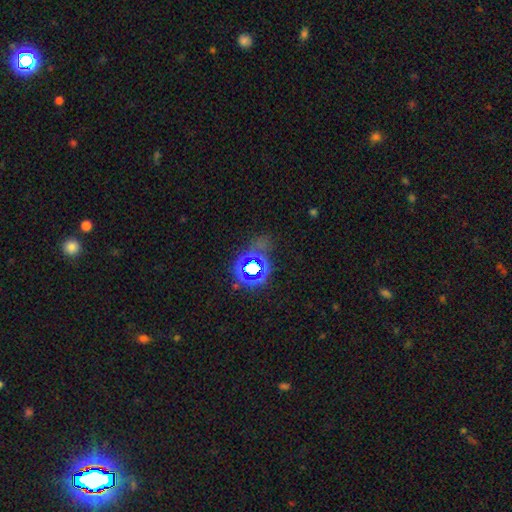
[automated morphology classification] The model was most divided on "smooth or featured": smooth: 44%, star or artifact: 38%, featured or disk: 18%. More confident: merging — none (67%).